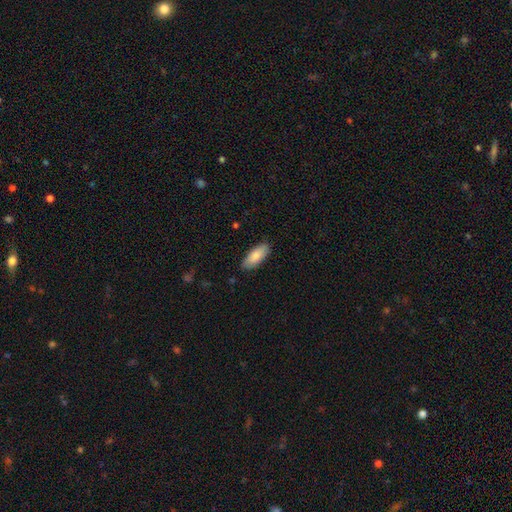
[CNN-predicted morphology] This appears to be a smooth galaxy with no disk features (84%) that is in between round and cigar-shaped (79%). Merging: none (86%).